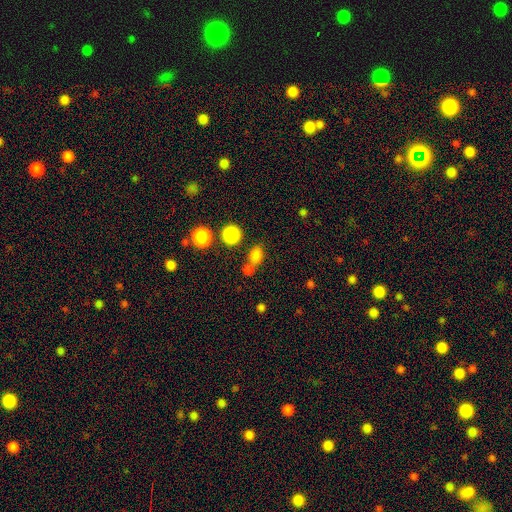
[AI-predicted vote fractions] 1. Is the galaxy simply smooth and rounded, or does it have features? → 77% smooth, 17% star or artifact, 6% featured or disk.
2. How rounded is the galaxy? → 58% in between, 40% round, 2% cigar-shaped.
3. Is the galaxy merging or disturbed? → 56% none, 28% merger, 11% minor disturbance, 5% major disturbance.